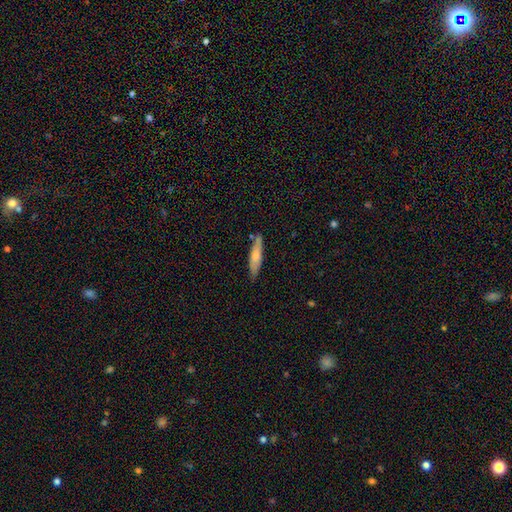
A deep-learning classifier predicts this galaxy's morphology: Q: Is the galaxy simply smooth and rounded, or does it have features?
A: smooth — 64%.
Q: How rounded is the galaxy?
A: cigar-shaped — 79%.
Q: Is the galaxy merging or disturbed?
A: none — 81%.